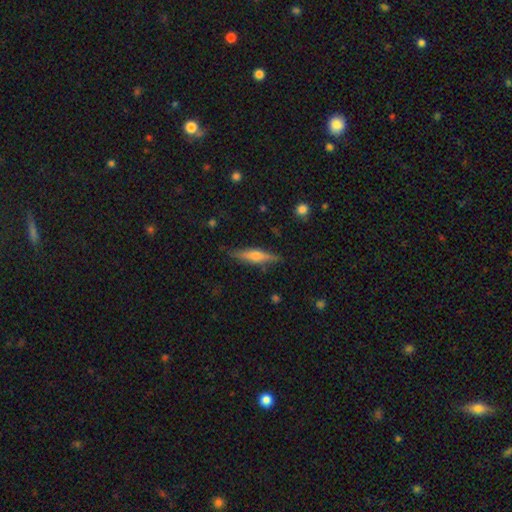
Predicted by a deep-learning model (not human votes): featured or disk 54%, smooth 40%, star or artifact 7%. Down the decision tree: edge-on disk — yes (94%); edge-on bulge — rounded (81%); merging — none (84%).